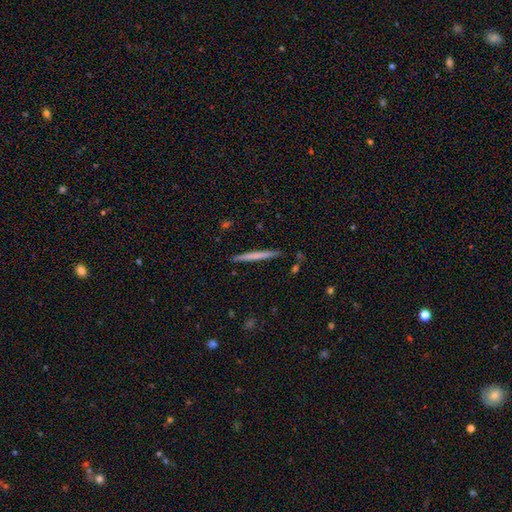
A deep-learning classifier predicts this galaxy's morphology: Q: Smooth or featured?
A: smooth (61%); runner-up: featured or disk (34%)
Q: How rounded?
A: cigar-shaped (97%); runner-up: in between (2%)
Q: Merging?
A: none (91%); runner-up: minor disturbance (7%)